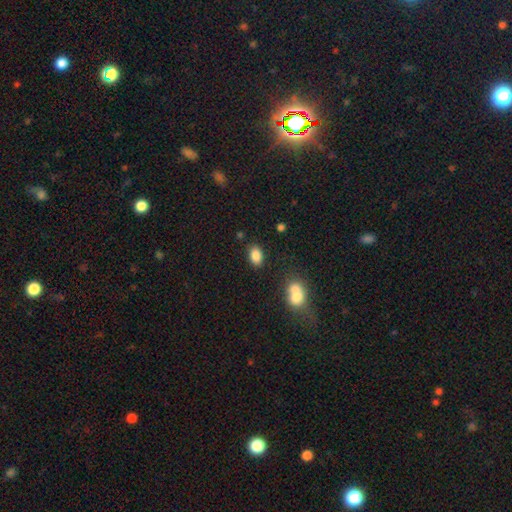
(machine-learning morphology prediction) type=smooth (85%); roundness=in between (84%); merging=none (82%).